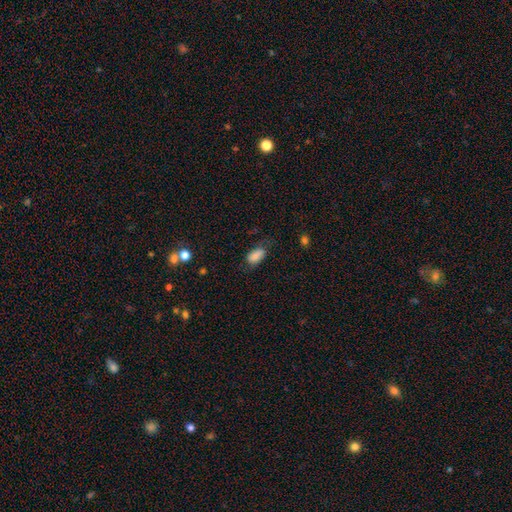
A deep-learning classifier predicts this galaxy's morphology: smooth_or_featured: smooth (p=0.82) [alt: featured or disk p=0.10]
how_rounded: in between (p=0.92) [alt: round p=0.05]
merging: none (p=0.56) [alt: minor disturbance p=0.29]